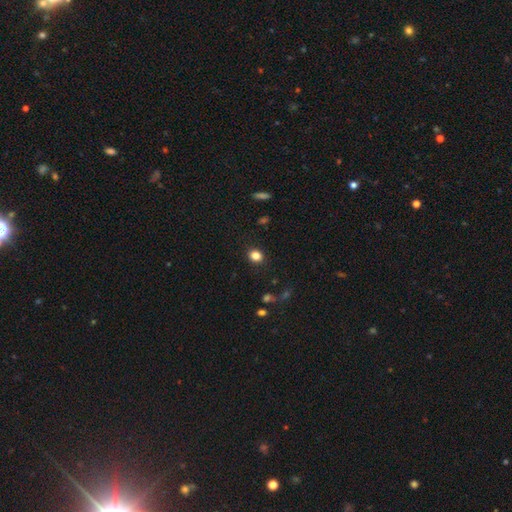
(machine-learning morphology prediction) type=smooth (84%); roundness=round (68%); merging=none (89%).